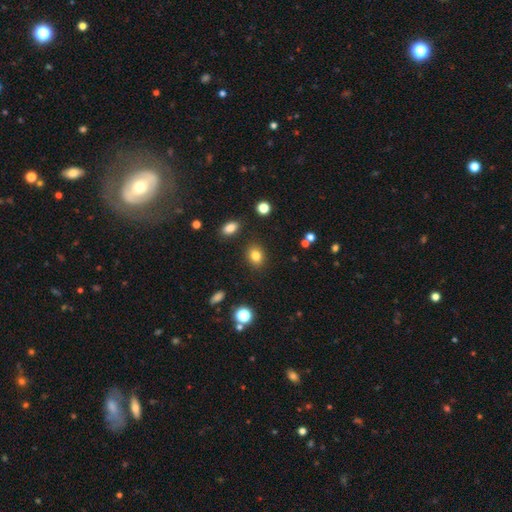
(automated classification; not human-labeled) Smooth or featured: smooth — 82% (star or artifact — 12%)
How rounded: in between — 51% (round — 48%)
Merging: none — 86% (minor disturbance — 8%)